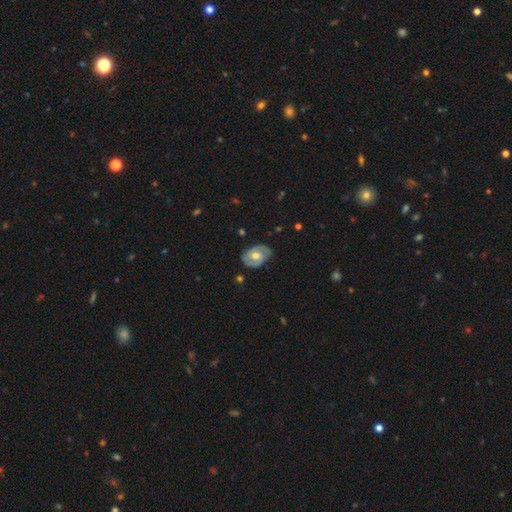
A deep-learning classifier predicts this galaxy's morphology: The model was most divided on "bar": no: 54%, weak: 37%, strong: 9%. More confident: edge-on disk — no (95%); spiral arms — yes (77%); bulge size — moderate (74%); merging — none (74%); smooth or featured — featured or disk (68%).